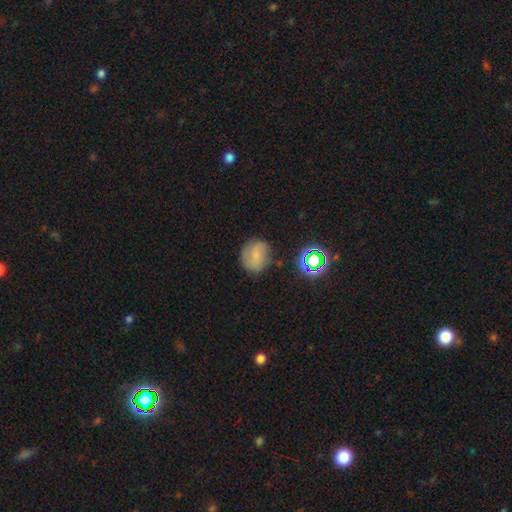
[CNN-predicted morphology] Smooth or featured: smooth — 60% (featured or disk — 25%)
How rounded: round — 68% (in between — 31%)
Merging: none — 71% (minor disturbance — 20%)